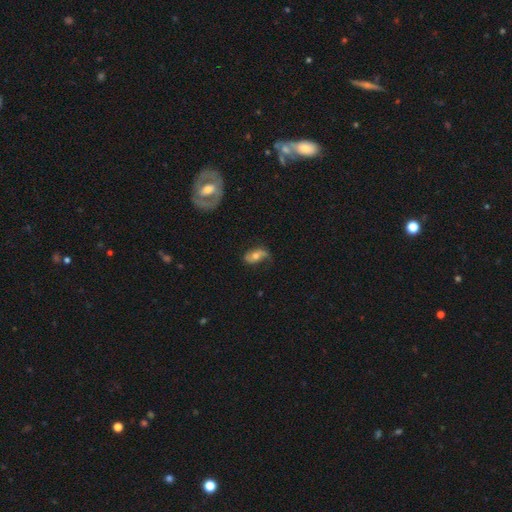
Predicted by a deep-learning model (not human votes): Smooth or featured? featured or disk (59%)
Edge-on disk? no (93%)
Bar? no (66%)
Spiral arms? yes (81%)
Bulge size? moderate (69%)
Merging? none (58%)